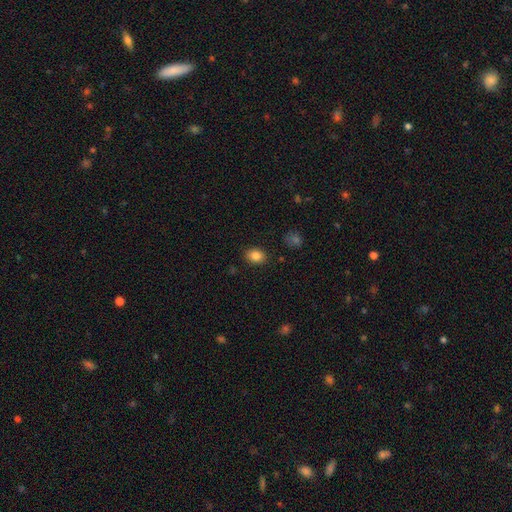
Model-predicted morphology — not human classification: A smooth galaxy with no disk features (85%) that is in between round and cigar-shaped (68%). Merging: none (86%).